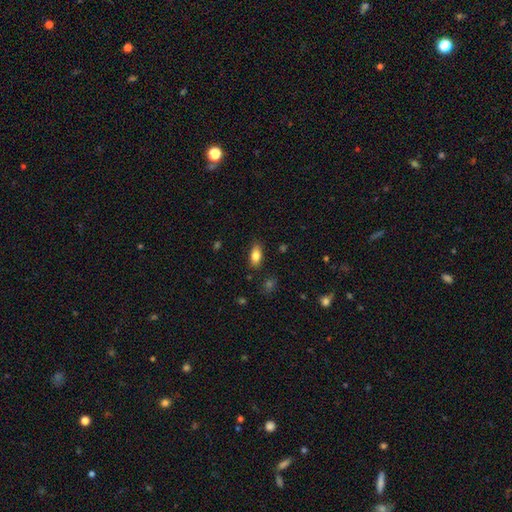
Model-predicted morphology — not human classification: Q: Smooth or featured?
A: smooth (83%); runner-up: featured or disk (9%)
Q: How rounded?
A: in between (88%); runner-up: cigar-shaped (8%)
Q: Merging?
A: none (85%); runner-up: minor disturbance (11%)